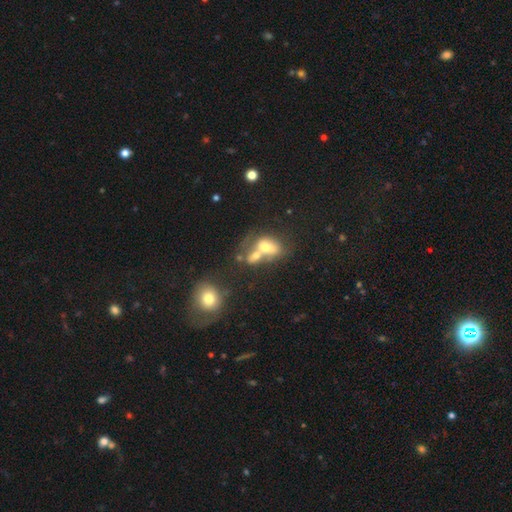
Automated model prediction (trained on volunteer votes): smooth-or-featured: smooth: 62% | featured or disk: 26% | star or artifact: 12%
  how-rounded: in between: 73% | round: 23% | cigar-shaped: 4%
  merging: merger: 69% | none: 16% | major disturbance: 8% | minor disturbance: 7%